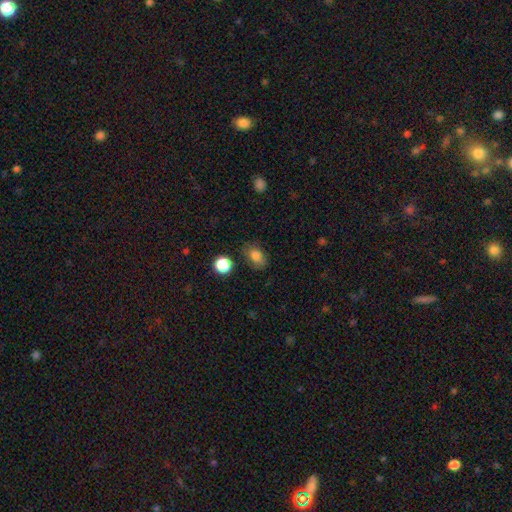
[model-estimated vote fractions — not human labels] Smooth or featured?
  - smooth: 81% *
  - star or artifact: 10%
  - featured or disk: 9%
How rounded?
  - in between: 75% *
  - round: 23%
  - cigar-shaped: 1%
Merging?
  - none: 78% *
  - minor disturbance: 15%
  - major disturbance: 4%
  - merger: 3%